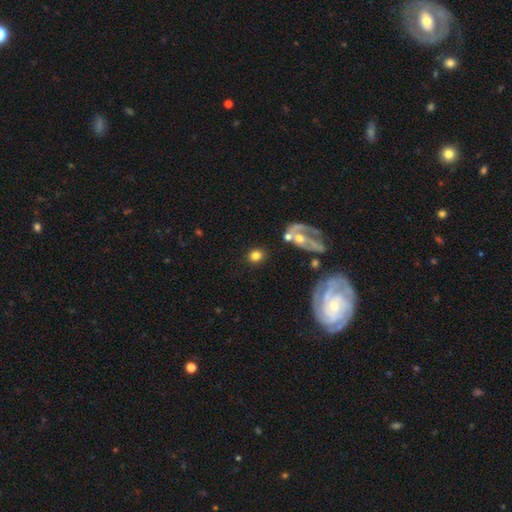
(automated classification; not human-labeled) A smooth galaxy with no disk features (76%) that is round (75%). Merging: none (77%).